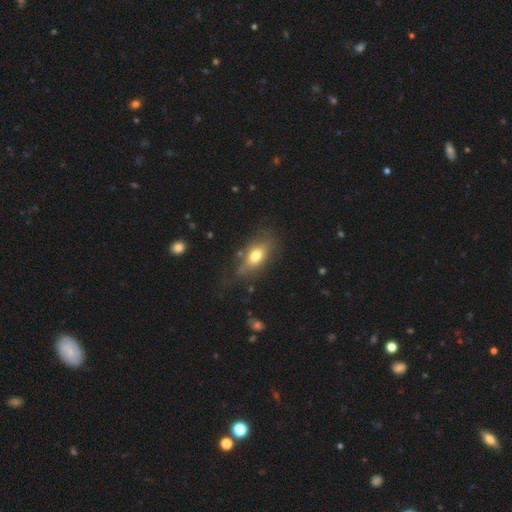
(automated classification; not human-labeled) smooth-or-featured: smooth: 70% | featured or disk: 22% | star or artifact: 8%
  how-rounded: in between: 81% | cigar-shaped: 11% | round: 7%
  merging: none: 67% | minor disturbance: 22% | major disturbance: 9% | merger: 3%